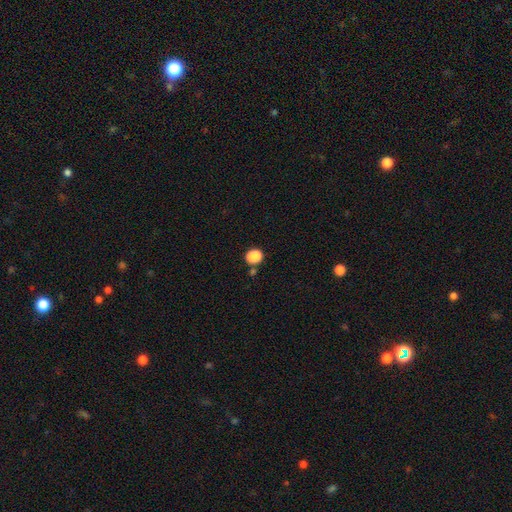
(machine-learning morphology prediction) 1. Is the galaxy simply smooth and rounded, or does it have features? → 77% smooth, 16% star or artifact, 7% featured or disk.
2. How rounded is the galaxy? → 60% round, 39% in between, 1% cigar-shaped.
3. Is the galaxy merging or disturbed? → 61% none, 23% merger, 12% minor disturbance, 5% major disturbance.